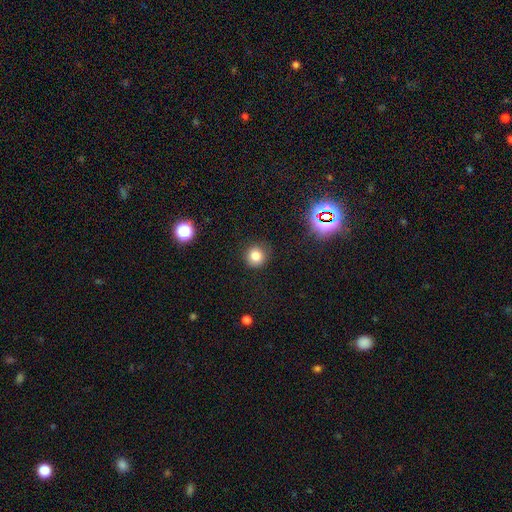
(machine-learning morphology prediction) Smooth or featured? smooth (80%)
How rounded? round (92%)
Merging? none (87%)